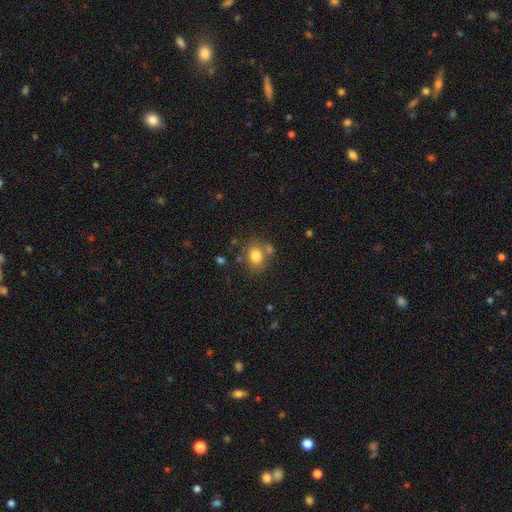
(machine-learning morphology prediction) smooth 80%, star or artifact 10%, featured or disk 9%. Down the decision tree: how rounded — round (50%); merging — none (65%).